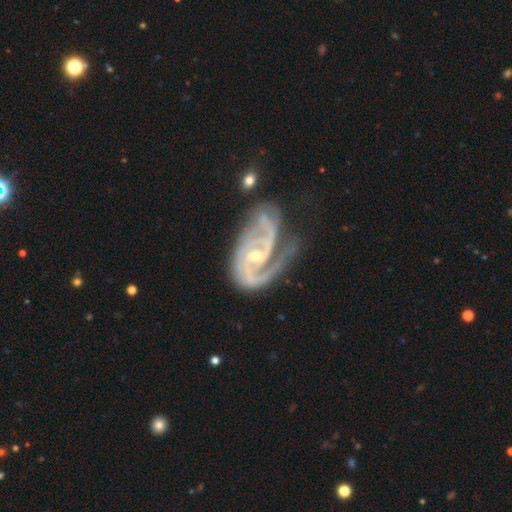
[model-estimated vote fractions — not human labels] Smooth or featured: featured or disk — 92% (star or artifact — 5%)
Edge-on disk: no — 97% (yes — 3%)
Bar: no — 44% (weak — 40%)
Spiral arms: yes — 98% (no — 2%)
Spiral winding: medium — 45% (tied with tight — 45%)
Spiral arm count: 2 — 64% (3 — 17%)
Bulge size: small — 58% (moderate — 38%)
Merging: none — 43% (minor disturbance — 27%)